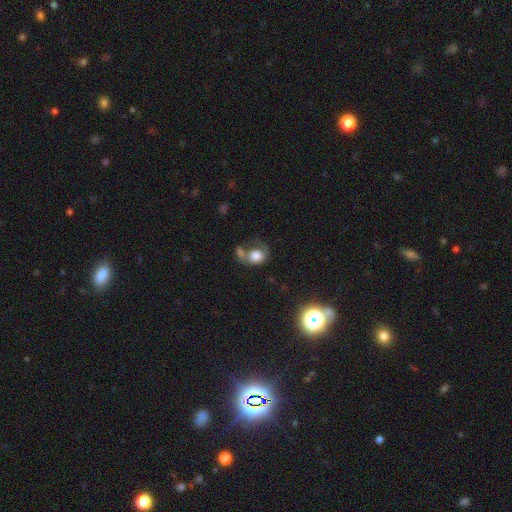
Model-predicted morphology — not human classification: smooth_or_featured: smooth (p=0.67) [alt: featured or disk p=0.22]
how_rounded: round (p=0.55) [alt: in between p=0.43]
merging: merger (p=0.35) [alt: major disturbance p=0.27]